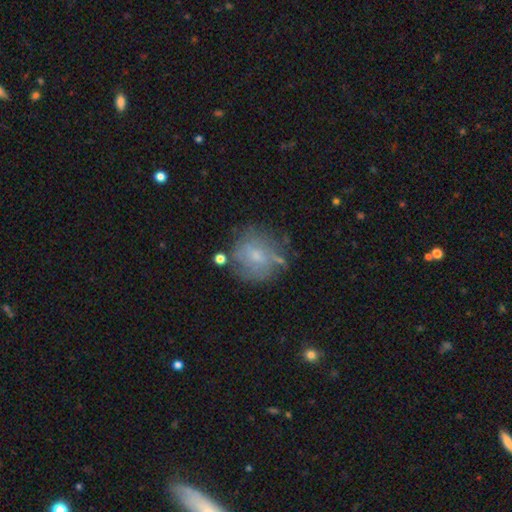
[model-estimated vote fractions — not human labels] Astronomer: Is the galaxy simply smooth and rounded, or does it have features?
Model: smooth — 46% (runner-up: featured or disk, 43%).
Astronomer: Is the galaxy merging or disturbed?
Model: none — 62%.